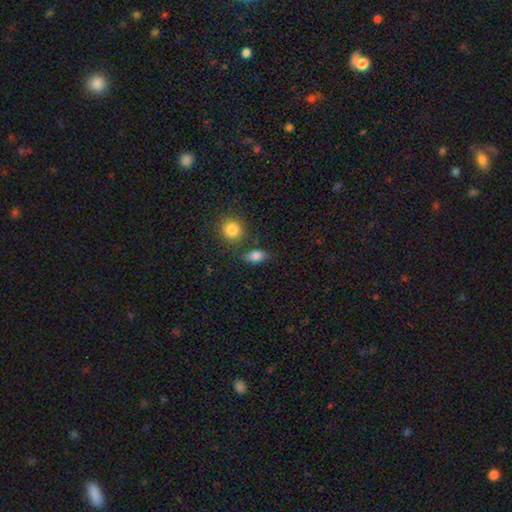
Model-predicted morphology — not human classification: Smooth or featured? smooth (83%)
How rounded? in between (79%)
Merging? none (71%)